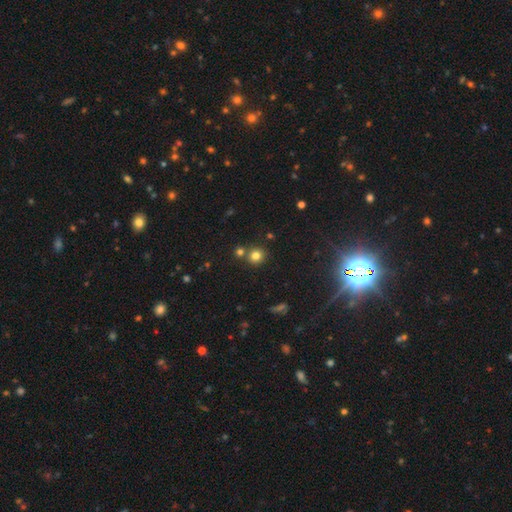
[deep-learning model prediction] Smooth or featured? smooth (78%)
How rounded? round (89%)
Merging? none (73%)